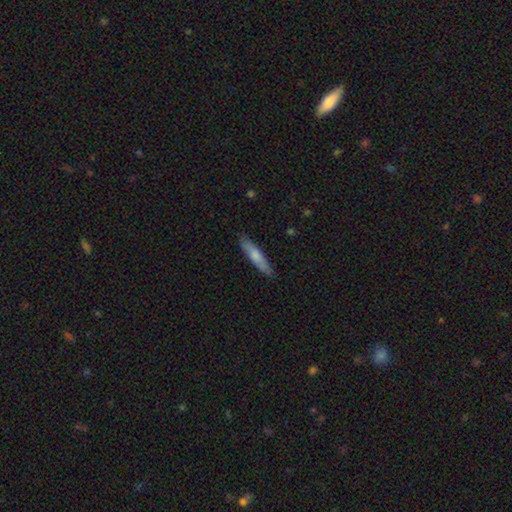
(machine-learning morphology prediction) The model was most divided on "smooth or featured": smooth: 68%, featured or disk: 27%, star or artifact: 6%. More confident: how rounded — cigar-shaped (86%); merging — none (85%).